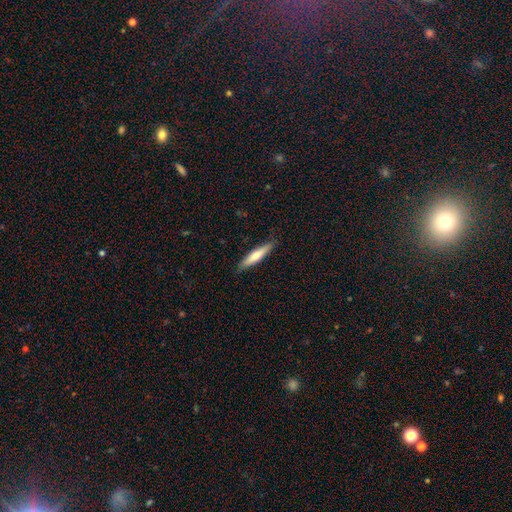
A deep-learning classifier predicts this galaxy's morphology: smooth_or_featured: smooth (p=0.64) [alt: featured or disk p=0.31]
how_rounded: cigar-shaped (p=0.87) [alt: in between p=0.12]
merging: none (p=0.88) [alt: minor disturbance p=0.09]